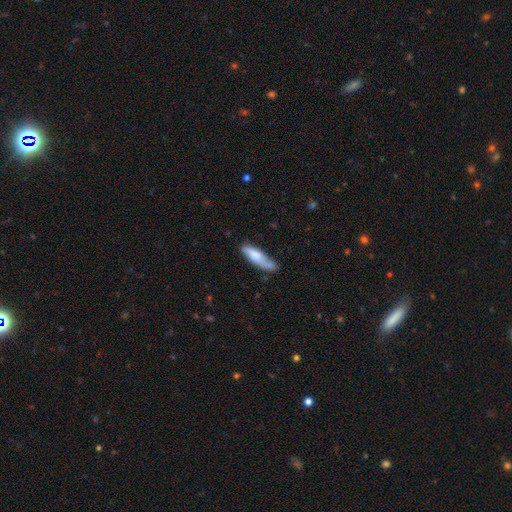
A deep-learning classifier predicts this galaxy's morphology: Overall: smooth (65%; featured or disk 29%). How rounded: cigar-shaped (58%; in between 40%). Merging: none (58%; minor disturbance 29%).